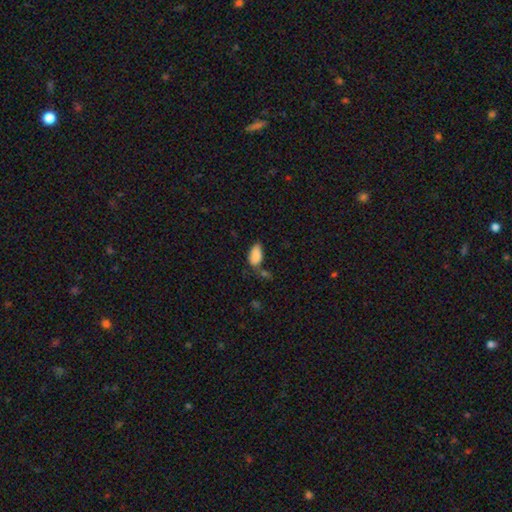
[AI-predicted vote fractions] The model was most divided on "merging": none: 49%, minor disturbance: 28%, merger: 16%, major disturbance: 8%. More confident: how rounded — in between (93%); smooth or featured — smooth (86%).